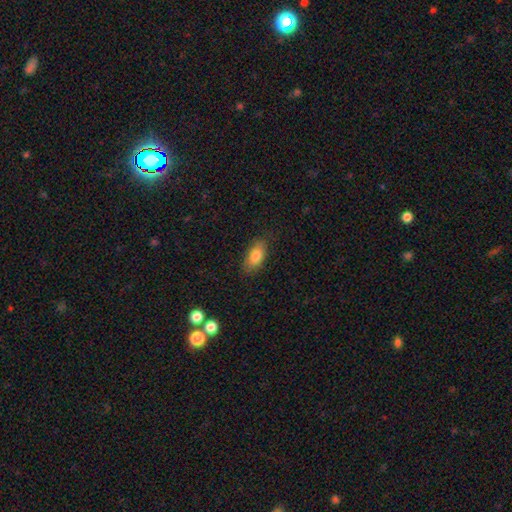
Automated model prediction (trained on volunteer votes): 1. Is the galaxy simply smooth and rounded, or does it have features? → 82% smooth, 11% featured or disk, 7% star or artifact.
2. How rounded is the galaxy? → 88% in between, 8% cigar-shaped, 4% round.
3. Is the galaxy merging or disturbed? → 84% none, 12% minor disturbance, 3% major disturbance, 1% merger.